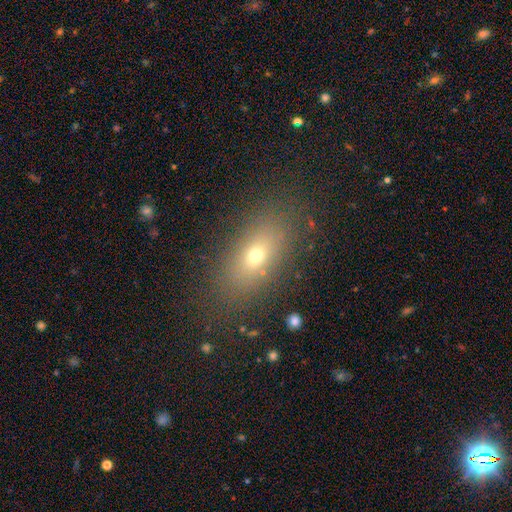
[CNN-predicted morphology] Smooth or featured? smooth (65%)
How rounded? in between (77%)
Merging? none (84%)